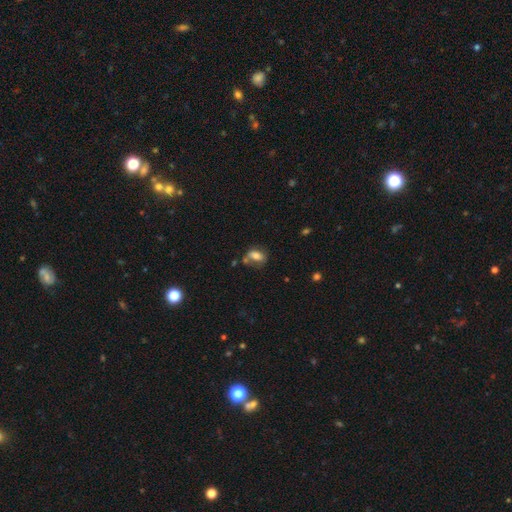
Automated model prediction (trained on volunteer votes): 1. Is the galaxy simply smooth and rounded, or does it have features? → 72% smooth, 18% featured or disk, 9% star or artifact.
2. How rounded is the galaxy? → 82% in between, 15% round, 3% cigar-shaped.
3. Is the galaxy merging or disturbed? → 49% none, 22% minor disturbance, 19% merger, 10% major disturbance.